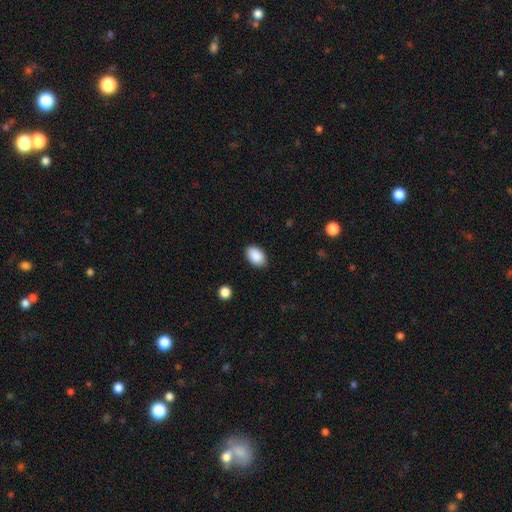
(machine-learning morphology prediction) A smooth galaxy with no disk features (90%) that is in between round and cigar-shaped (90%).

Vote fractions:
- Smooth or featured? smooth: 90% / star or artifact: 7% / featured or disk: 3%
- How rounded? in between: 90% / round: 9% / cigar-shaped: 1%
- Merging? none: 88% / minor disturbance: 9% / major disturbance: 2% / merger: 1%